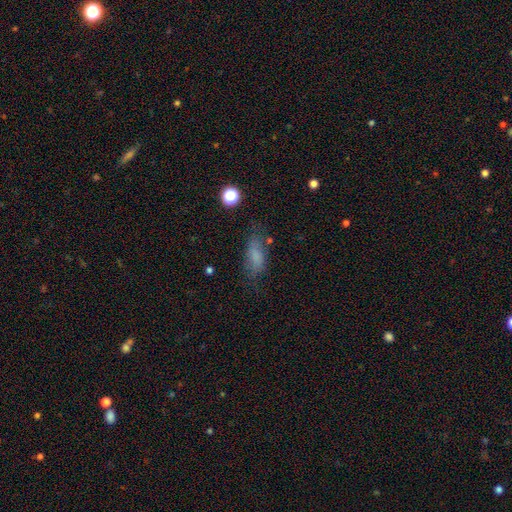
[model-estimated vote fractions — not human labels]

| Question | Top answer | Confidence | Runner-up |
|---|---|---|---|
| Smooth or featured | smooth | 72% | featured or disk (16%) |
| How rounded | in between | 72% | cigar-shaped (23%) |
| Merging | none | 61% | minor disturbance (24%) |